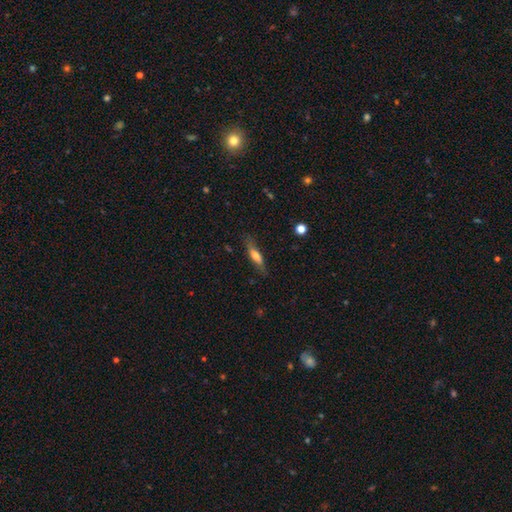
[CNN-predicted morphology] A smooth galaxy with no disk features (57%) that is cigar-shaped (68%).

Vote fractions:
- Smooth or featured? smooth: 57% / featured or disk: 36% / star or artifact: 7%
- How rounded? cigar-shaped: 68% / in between: 30% / round: 2%
- Merging? none: 77% / minor disturbance: 17% / major disturbance: 5% / merger: 2%